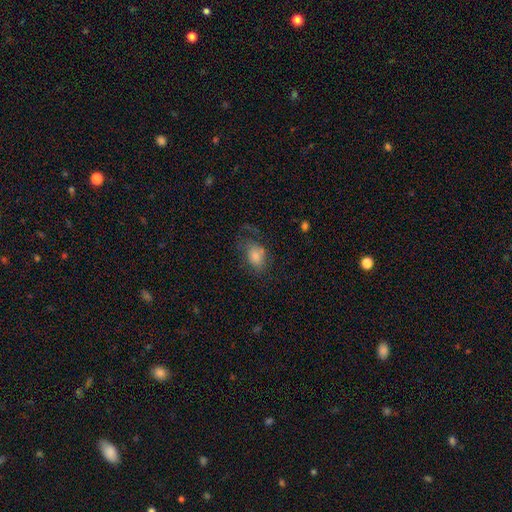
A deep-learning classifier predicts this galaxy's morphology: The model was most divided on "merging": none: 43%, major disturbance: 28%, minor disturbance: 25%, merger: 5%. More confident: how rounded — in between (77%); smooth or featured — smooth (76%).